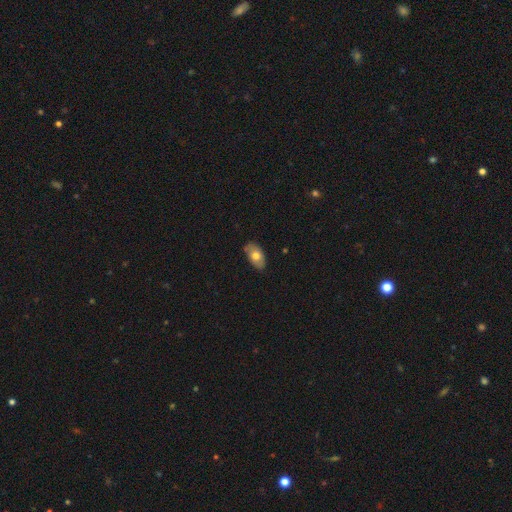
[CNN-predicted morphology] Smooth or featured? smooth (66%)
How rounded? in between (92%)
Merging? none (78%)